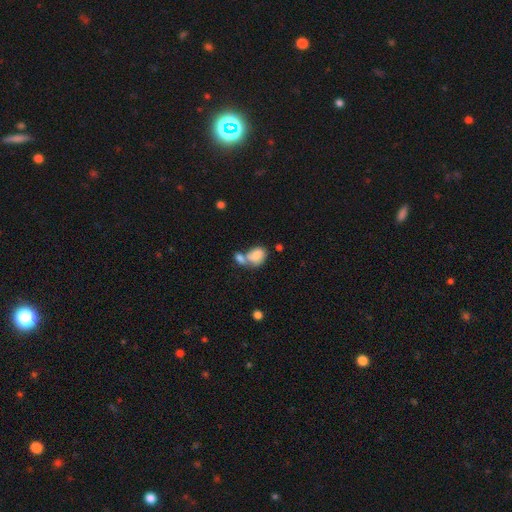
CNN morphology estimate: This appears to be a smooth galaxy with no disk features (80%) that is in between round and cigar-shaped (73%). Merging: merger (58%).